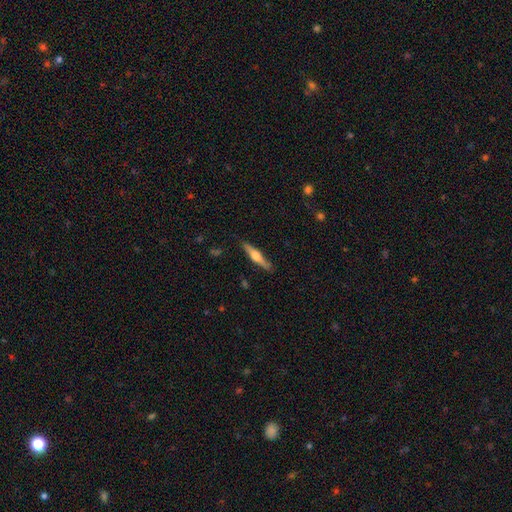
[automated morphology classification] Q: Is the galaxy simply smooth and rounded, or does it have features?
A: featured or disk — 60%.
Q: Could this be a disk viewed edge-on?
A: yes — 96%.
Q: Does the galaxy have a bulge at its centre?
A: rounded — 88%.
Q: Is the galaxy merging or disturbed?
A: none — 86%.